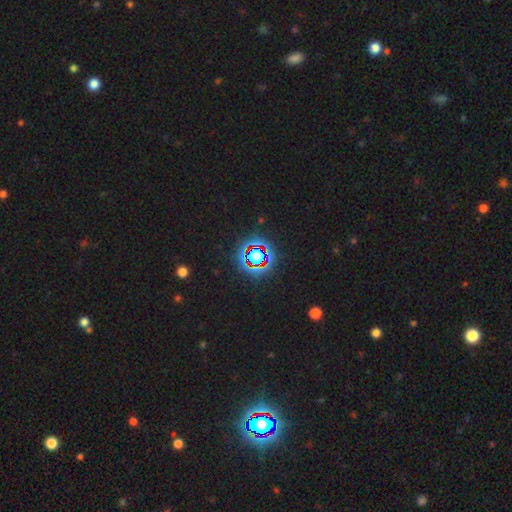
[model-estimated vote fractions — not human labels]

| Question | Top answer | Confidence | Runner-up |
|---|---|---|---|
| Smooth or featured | star or artifact | 73% | smooth (17%) |